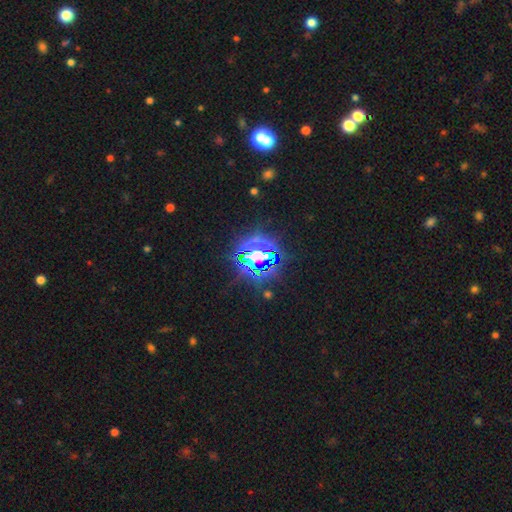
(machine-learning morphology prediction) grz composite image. It shows a star or artifact, not a galaxy (77%).